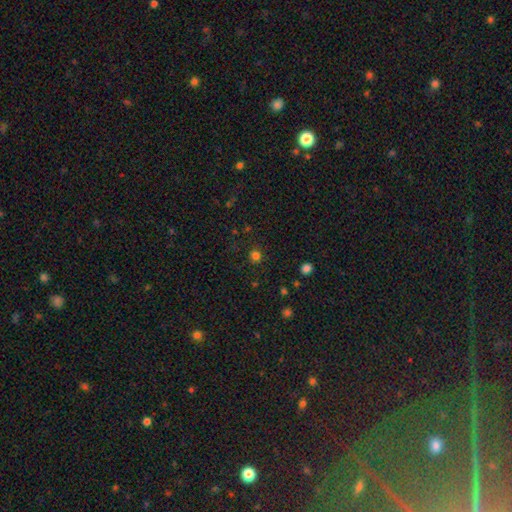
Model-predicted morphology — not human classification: smooth_or_featured: smooth (p=0.77) [alt: star or artifact p=0.18]
how_rounded: round (p=0.92) [alt: in between p=0.07]
merging: none (p=0.88) [alt: minor disturbance p=0.07]